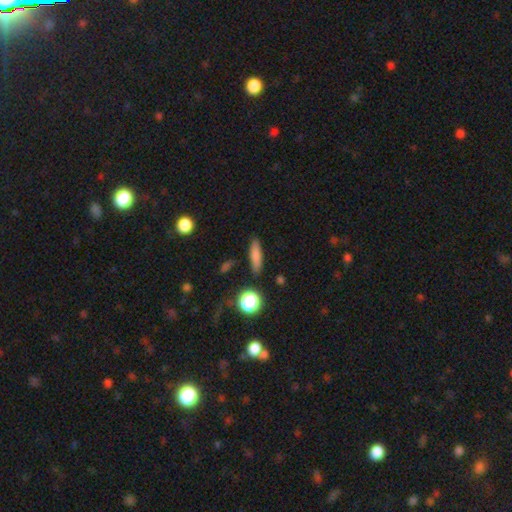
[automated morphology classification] A smooth galaxy with no disk features (77%) that is cigar-shaped (69%). Merging: none (85%).